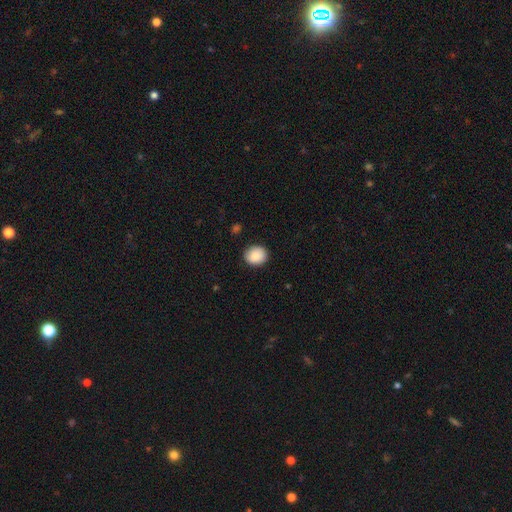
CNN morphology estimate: A smooth galaxy with no disk features (88%) that is round (72%). Merging: none (88%).